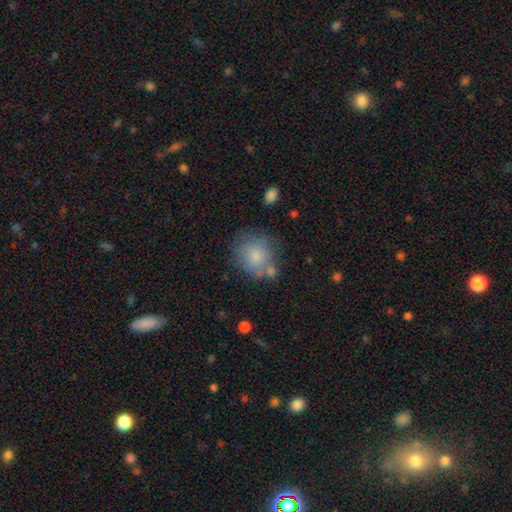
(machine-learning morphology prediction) The model was most divided on "merging": none: 60%, minor disturbance: 20%, merger: 12%, major disturbance: 8%. More confident: smooth or featured — smooth (78%); how rounded — round (75%).